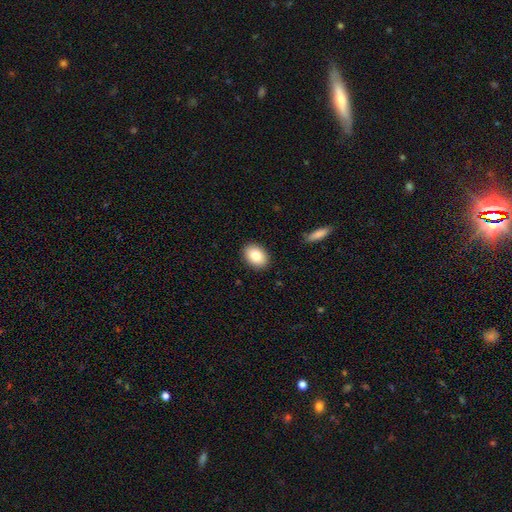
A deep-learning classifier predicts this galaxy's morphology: The model was most divided on "how rounded": in between: 74%, round: 25%, cigar-shaped: 1%. More confident: merging — none (89%); smooth or featured — smooth (82%).